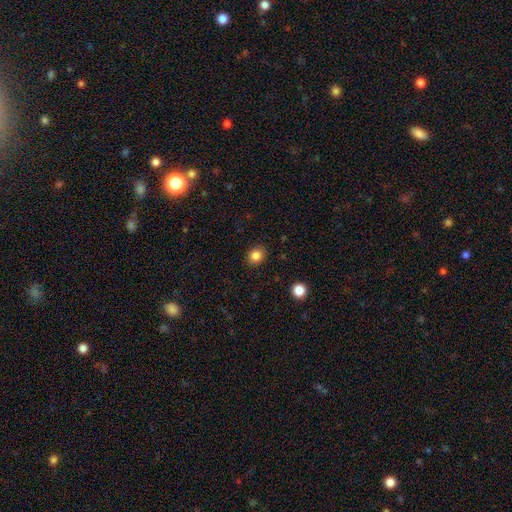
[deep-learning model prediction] smooth-or-featured: smooth: 84% | star or artifact: 11% | featured or disk: 5%
  how-rounded: round: 69% | in between: 30% | cigar-shaped: 1%
  merging: none: 89% | minor disturbance: 7% | major disturbance: 2% | merger: 1%